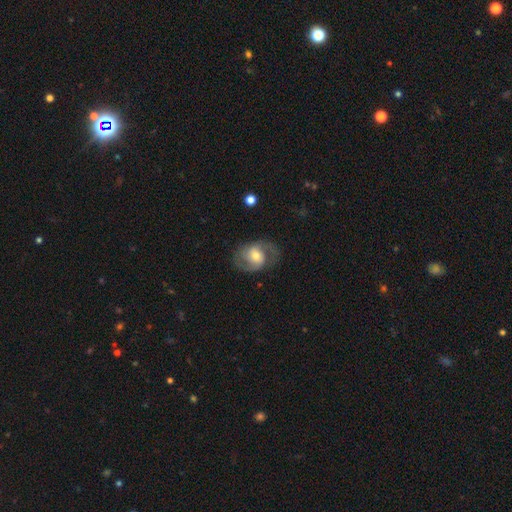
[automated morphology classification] This appears to be a featured or disk galaxy (65%) with no bar (50%), 2 (82%) medium (50%) spiral arms (84%) and a moderate central bulge (59%). Merging: none (68%).